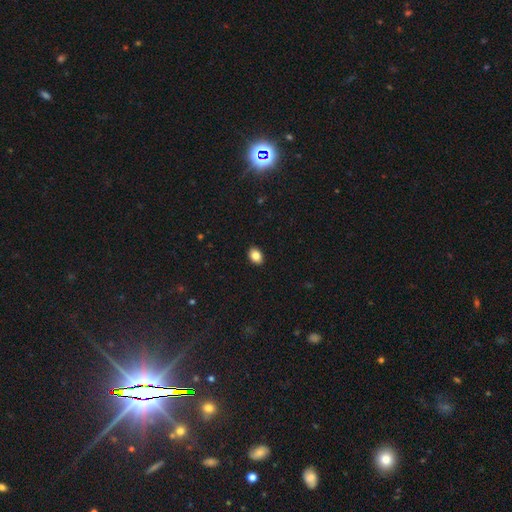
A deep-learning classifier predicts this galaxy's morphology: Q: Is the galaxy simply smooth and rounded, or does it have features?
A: smooth — 84%.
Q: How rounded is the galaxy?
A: in between — 76%.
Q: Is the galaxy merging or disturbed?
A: none — 91%.